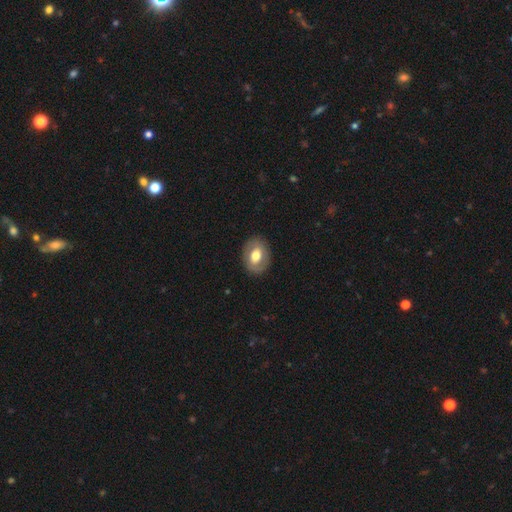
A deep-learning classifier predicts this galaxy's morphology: Overall: smooth (60%; featured or disk 34%). How rounded: in between (66%; round 33%). Merging: none (86%).